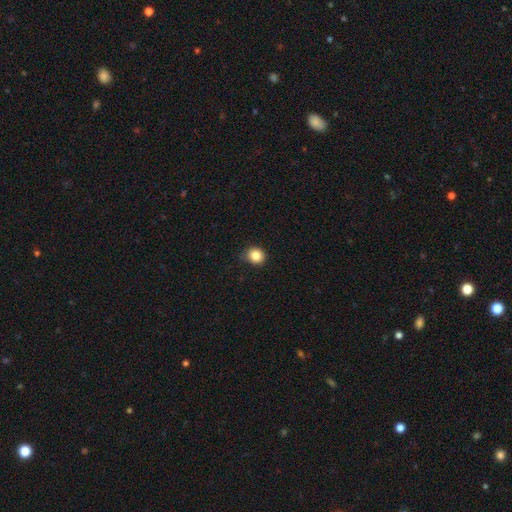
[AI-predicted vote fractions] Overall: smooth (85%). How rounded: round (84%). Merging: none (84%).